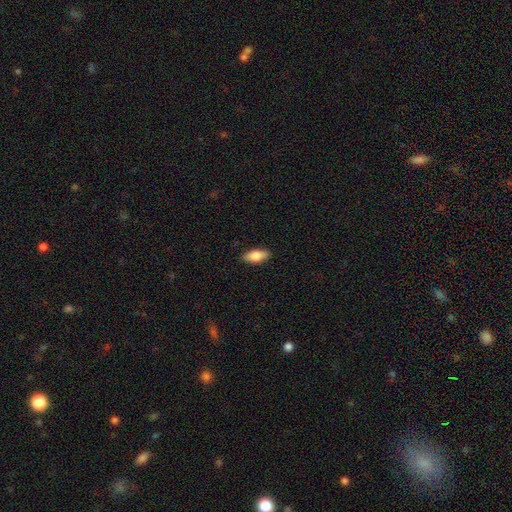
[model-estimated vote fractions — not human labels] Smooth or featured? smooth (82%)
How rounded? in between (84%)
Merging? none (88%)